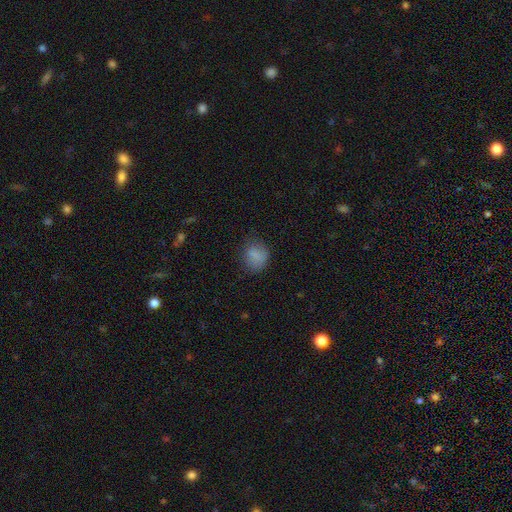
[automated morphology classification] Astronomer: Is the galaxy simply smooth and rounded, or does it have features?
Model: smooth — 80%.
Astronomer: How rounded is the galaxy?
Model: round — 54% (runner-up: in between, 45%).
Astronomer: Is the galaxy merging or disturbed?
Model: none — 67%.